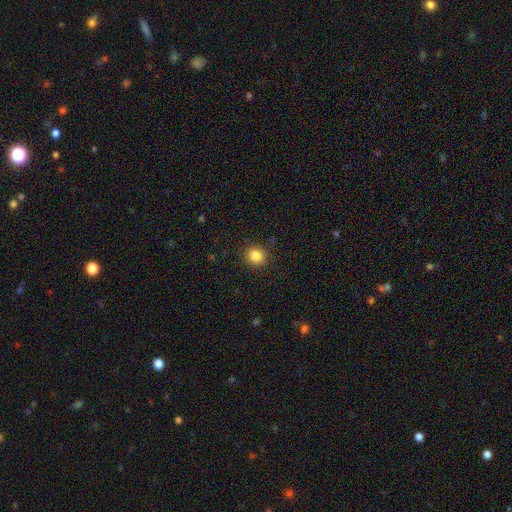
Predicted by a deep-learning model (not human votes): Smooth or featured: smooth — 84% (star or artifact — 11%)
How rounded: round — 88% (in between — 11%)
Merging: none — 89% (minor disturbance — 7%)